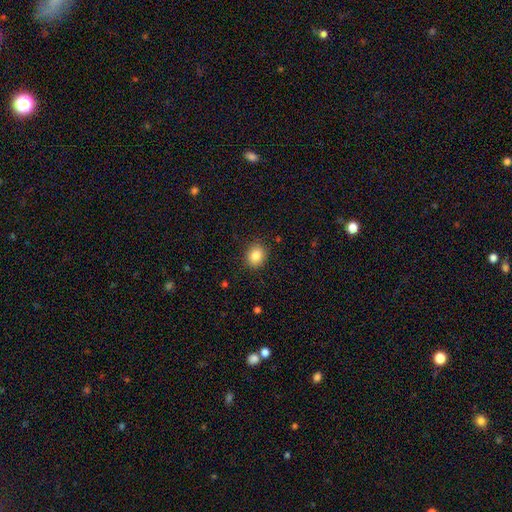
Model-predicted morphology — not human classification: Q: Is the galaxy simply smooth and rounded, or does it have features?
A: smooth — 85%.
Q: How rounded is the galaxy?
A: round — 55%.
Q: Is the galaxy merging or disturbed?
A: none — 87%.